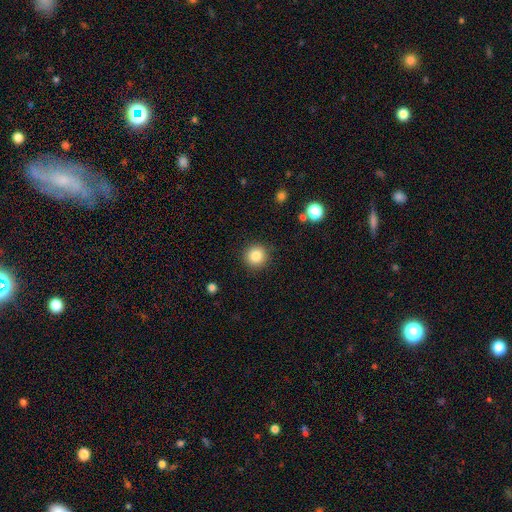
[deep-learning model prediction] The model was most divided on "smooth or featured": smooth: 85%, star or artifact: 10%, featured or disk: 6%. More confident: how rounded — round (95%); merging — none (90%).